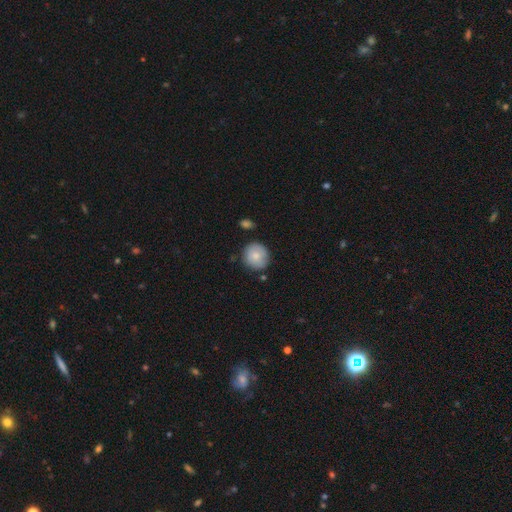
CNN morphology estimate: Overall: smooth (80%). How rounded: round (91%). Merging: none (79%).